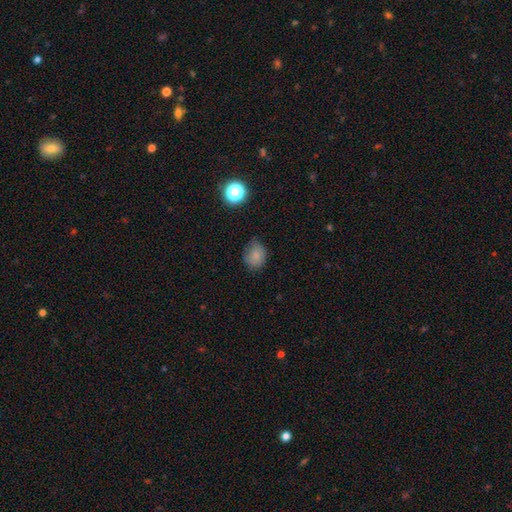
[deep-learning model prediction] smooth_or_featured: smooth (p=0.80) [alt: star or artifact p=0.12]
how_rounded: round (p=0.54) [alt: in between p=0.45]
merging: none (p=0.62) [alt: minor disturbance p=0.29]